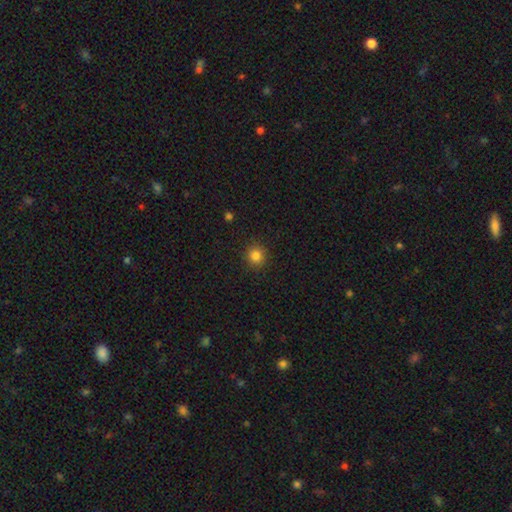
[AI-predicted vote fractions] smooth-or-featured: smooth: 84% | star or artifact: 12% | featured or disk: 4%
  how-rounded: round: 91% | in between: 8% | cigar-shaped: 1%
  merging: none: 91% | minor disturbance: 6% | major disturbance: 2% | merger: 1%